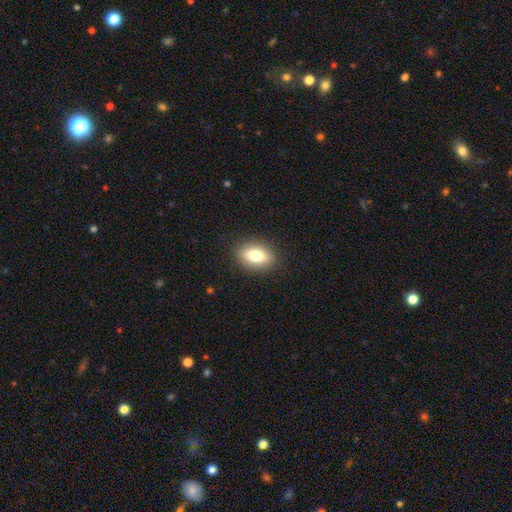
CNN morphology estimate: A smooth galaxy with no disk features (78%) that is in between round and cigar-shaped (83%).

Vote fractions:
- Smooth or featured? smooth: 78% / featured or disk: 13% / star or artifact: 9%
- How rounded? in between: 83% / round: 14% / cigar-shaped: 3%
- Merging? none: 88% / minor disturbance: 9% / major disturbance: 3% / merger: 1%